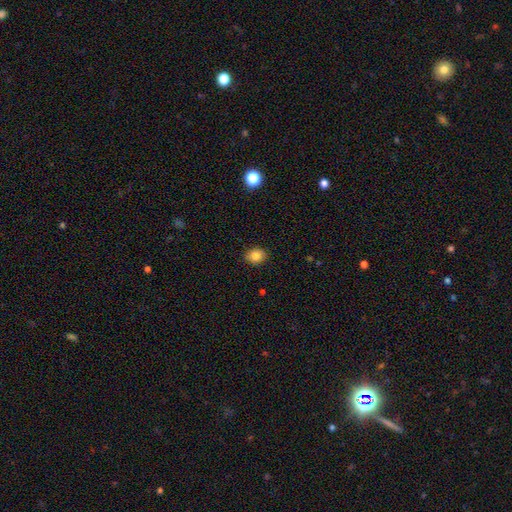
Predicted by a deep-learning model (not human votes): A smooth galaxy with no disk features (84%) that is round (50%). Merging: none (88%).